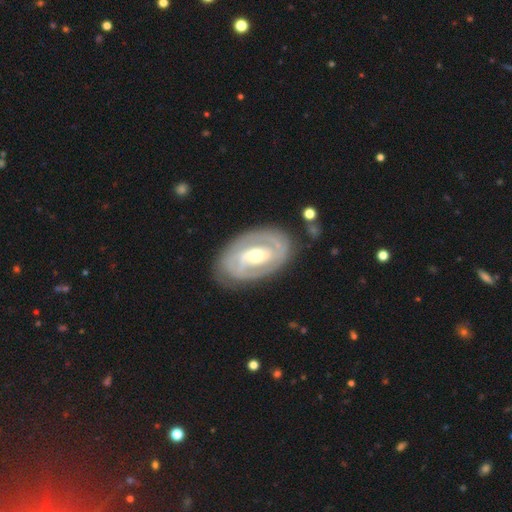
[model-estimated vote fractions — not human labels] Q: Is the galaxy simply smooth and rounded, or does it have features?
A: featured or disk — 84%.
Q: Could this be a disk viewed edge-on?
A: no — 95%.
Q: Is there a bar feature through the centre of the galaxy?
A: weak — 36%.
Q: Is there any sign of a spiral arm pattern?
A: yes — 82%.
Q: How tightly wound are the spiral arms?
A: tight — 67%.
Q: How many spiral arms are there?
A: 2 — 65%.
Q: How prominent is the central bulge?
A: moderate — 67%.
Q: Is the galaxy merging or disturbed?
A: none — 80%.